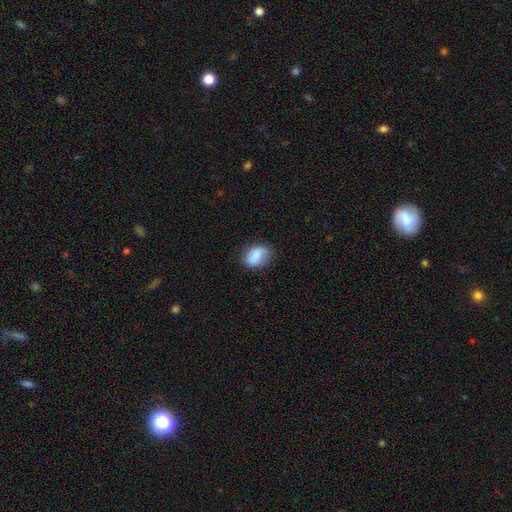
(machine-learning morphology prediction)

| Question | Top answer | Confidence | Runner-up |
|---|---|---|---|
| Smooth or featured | smooth | 77% | featured or disk (16%) |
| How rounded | in between | 73% | round (25%) |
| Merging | none | 75% | minor disturbance (19%) |